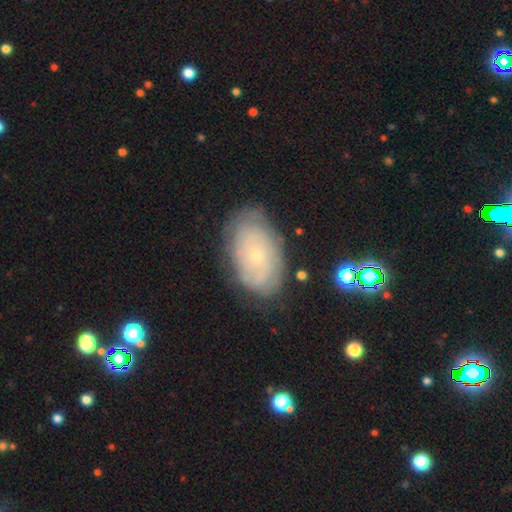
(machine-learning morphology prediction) type=featured or disk (61%); edge-on=no (94%); bar=no (85%); spiral arms=yes (70%); bulge=small (78%); merging=none (74%).